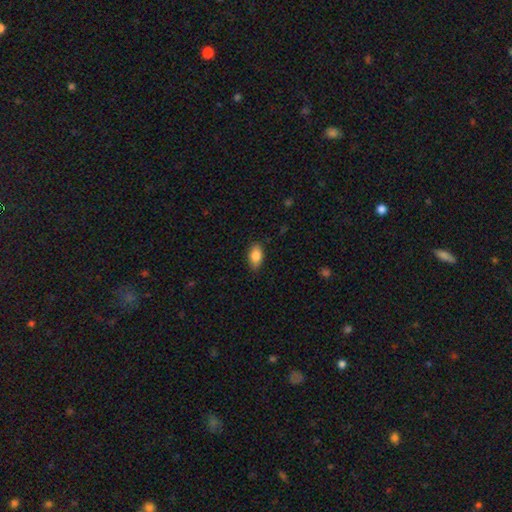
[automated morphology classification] Q: Smooth or featured?
A: smooth (85%); runner-up: star or artifact (7%)
Q: How rounded?
A: in between (90%); runner-up: round (7%)
Q: Merging?
A: none (84%); runner-up: minor disturbance (12%)